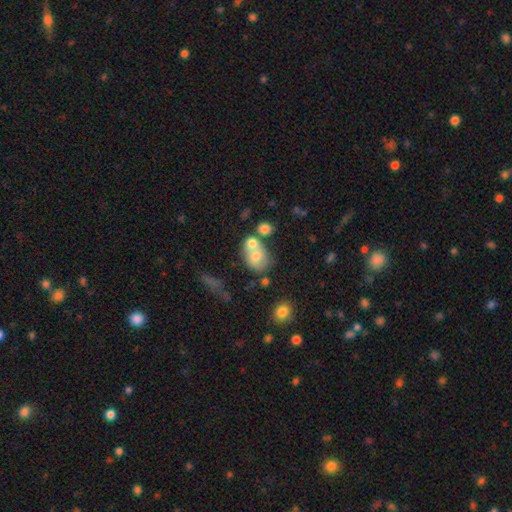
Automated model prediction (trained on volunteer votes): A smooth galaxy with no disk features (65%) that is in between round and cigar-shaped (54%).

Vote fractions:
- Smooth or featured? smooth: 65% / featured or disk: 25% / star or artifact: 10%
- How rounded? in between: 54% / round: 44% / cigar-shaped: 1%
- Merging? merger: 54% / none: 29% / minor disturbance: 11% / major disturbance: 6%